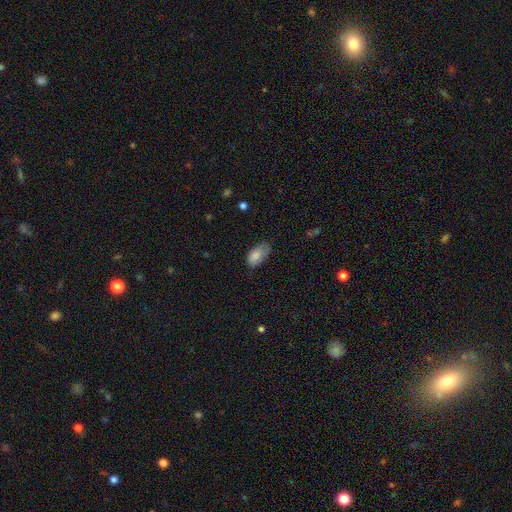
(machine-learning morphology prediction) Overall: smooth (82%). How rounded: in between (94%). Merging: none (50%; minor disturbance 38%).